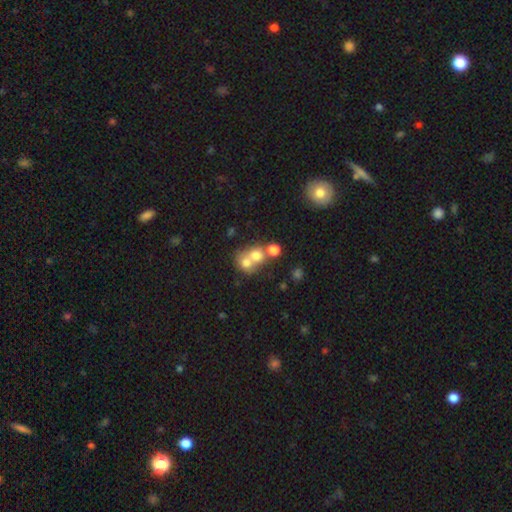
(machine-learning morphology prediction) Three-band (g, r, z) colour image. It shows a smooth galaxy with no disk features (68%) that is round (75%). Merging: merger (63%).